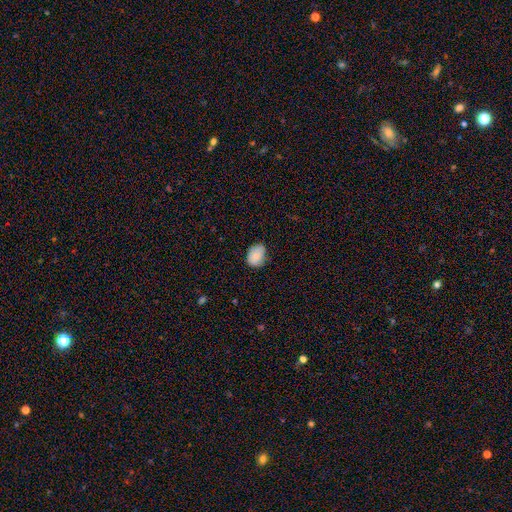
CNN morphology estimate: smooth 84%, featured or disk 8%, star or artifact 7%. Down the decision tree: how rounded — in between (63%); merging — none (66%).